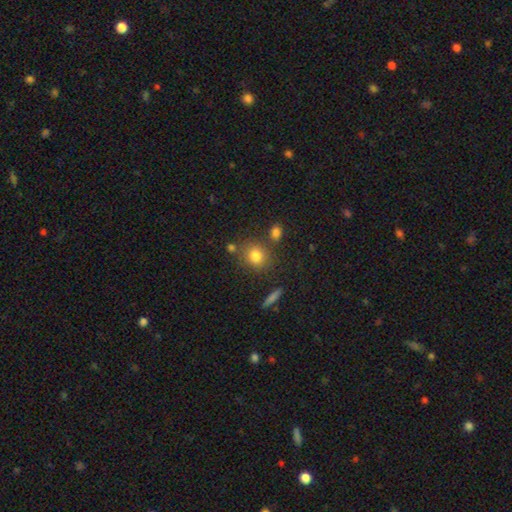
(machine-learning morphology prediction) This is likely a smooth galaxy (79%). How rounded: likely round (75%). Merging: likely none (74%).